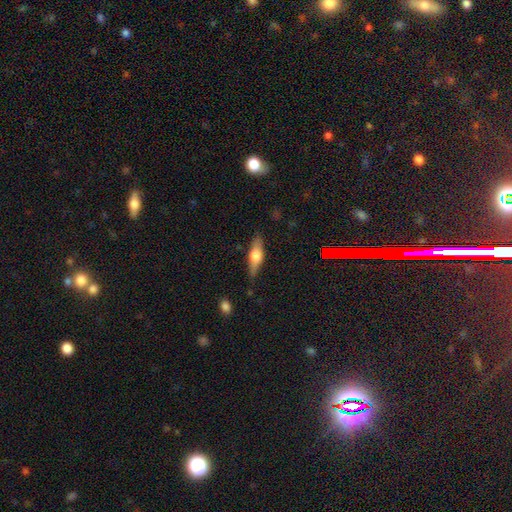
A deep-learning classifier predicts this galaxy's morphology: featured or disk 51%, smooth 42%, star or artifact 7%. Down the decision tree: edge-on disk — yes (93%); merging — none (82%).